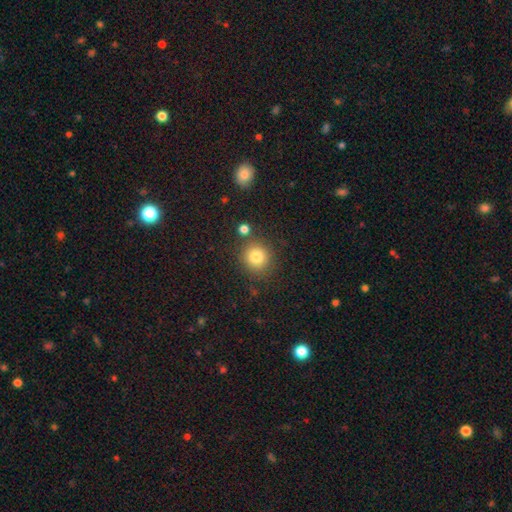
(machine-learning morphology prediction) This appears to be a smooth galaxy with no disk features (77%) that is round (90%). Merging: none (86%).